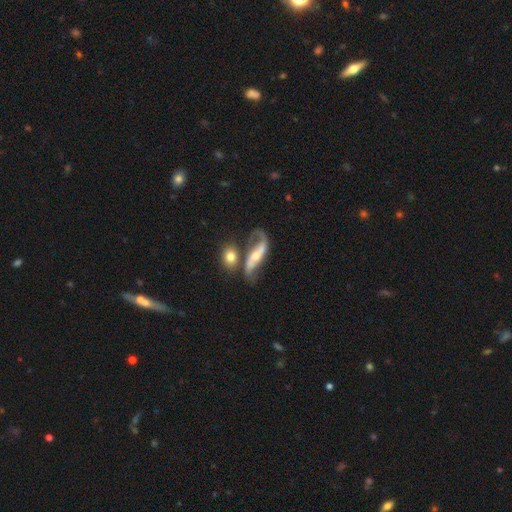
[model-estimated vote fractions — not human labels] This is likely a featured or disk galaxy (77%). It is clearly not viewed edge-on (87%). Bar: marginally no (35%). Spiral arm pattern: clearly yes (88%). Spiral arm count: clearly 2 (81%). Spiral winding: likely loose (72%). Central bulge: possibly moderate (49%). Merging: marginally none (37%).